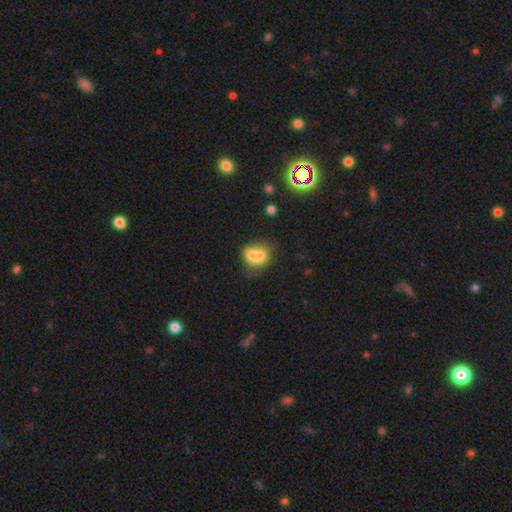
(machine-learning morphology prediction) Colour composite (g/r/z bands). It shows a smooth galaxy with no disk features (70%) that is in between round and cigar-shaped (52%). Merging: merger (58%).